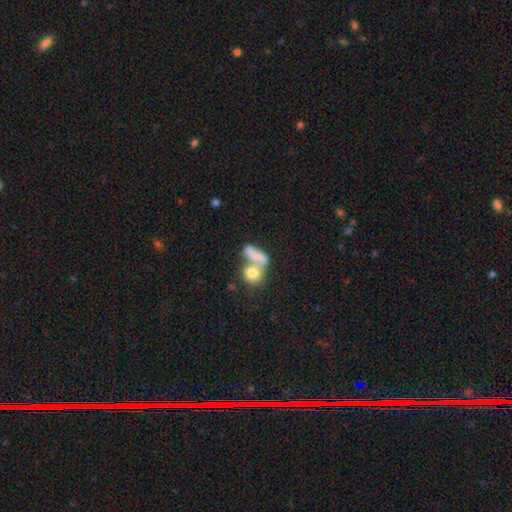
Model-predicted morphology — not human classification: smooth-or-featured: smooth: 65% | featured or disk: 24% | star or artifact: 10%
  how-rounded: in between: 54% | round: 36% | cigar-shaped: 10%
  merging: merger: 62% | none: 19% | major disturbance: 11% | minor disturbance: 8%